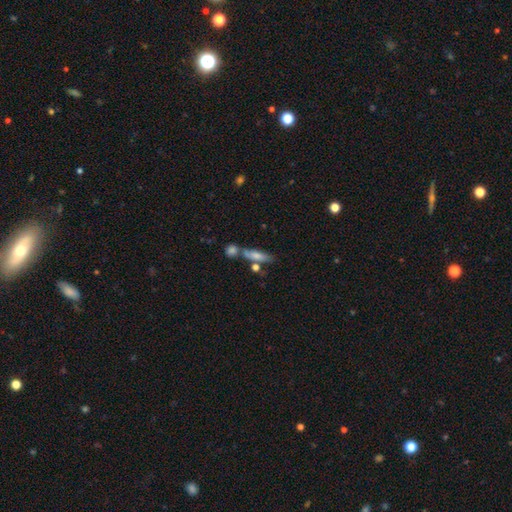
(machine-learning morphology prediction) Overall: smooth (69%). How rounded: cigar-shaped (62%; in between 35%). Merging: none (55%; merger 25%).